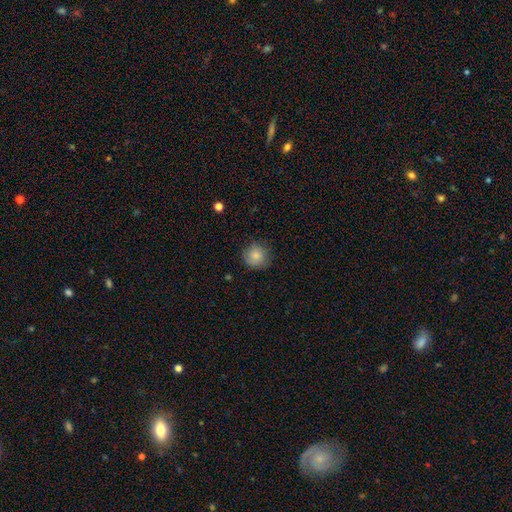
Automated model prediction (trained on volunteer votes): Overall: smooth (84%). How rounded: round (92%). Merging: none (80%).